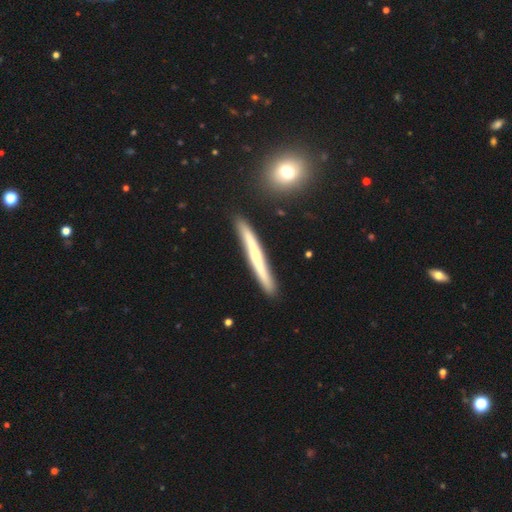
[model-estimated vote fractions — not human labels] Smooth or featured?
  - featured or disk: 56% *
  - smooth: 38%
  - star or artifact: 6%
Edge-on disk?
  - yes: 94% *
  - no: 6%
Edge-on bulge?
  - none: 54% *
  - rounded: 39%
  - boxy: 7%
Merging?
  - none: 89% *
  - minor disturbance: 8%
  - merger: 2%
  - major disturbance: 2%